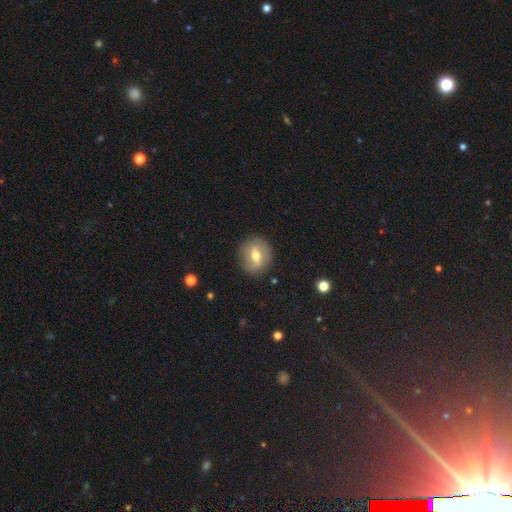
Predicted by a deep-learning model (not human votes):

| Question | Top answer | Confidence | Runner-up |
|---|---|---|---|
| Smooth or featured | smooth | 53% | featured or disk (39%) |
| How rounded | round | 80% | in between (19%) |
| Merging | none | 87% | minor disturbance (9%) |